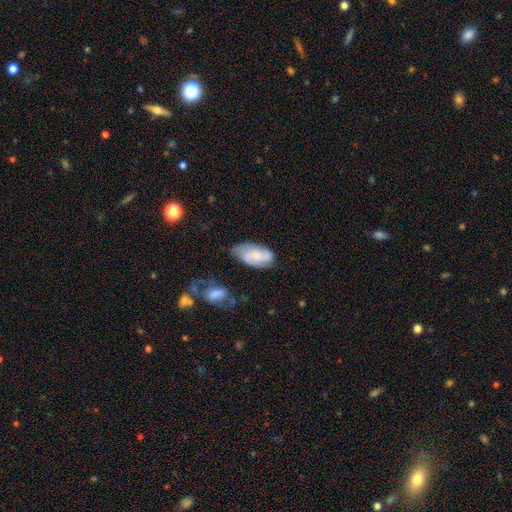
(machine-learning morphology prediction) Smooth or featured? featured or disk (53%)
Edge-on disk? no (95%)
Bar? no (62%)
Spiral arms? yes (87%)
Bulge size? small (43%)
Merging? none (58%)